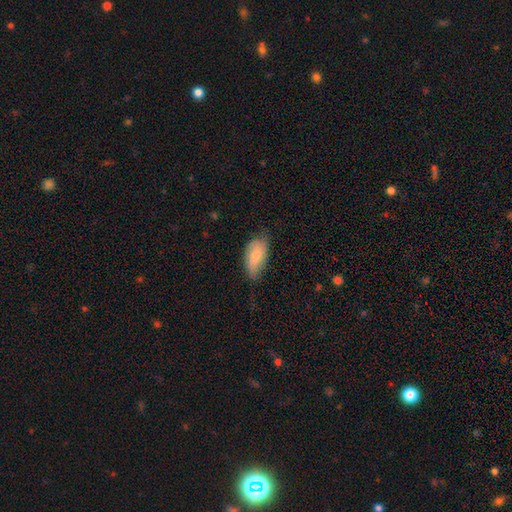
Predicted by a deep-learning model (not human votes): The model was most divided on "merging": none: 61%, minor disturbance: 32%, major disturbance: 6%, merger: 1%. More confident: how rounded — in between (91%); smooth or featured — smooth (78%).